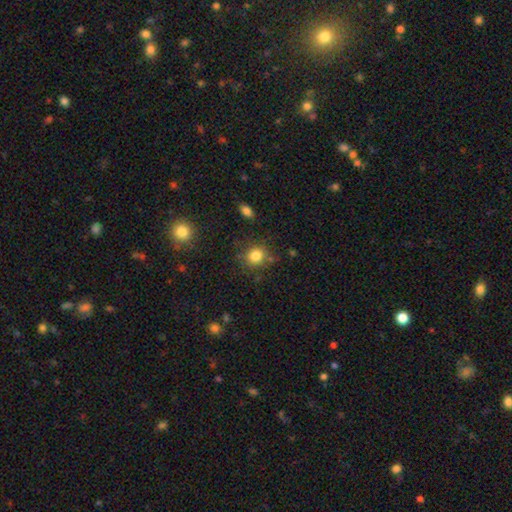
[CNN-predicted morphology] This is clearly a smooth galaxy (82%). How rounded: likely round (79%). Merging: likely none (78%).